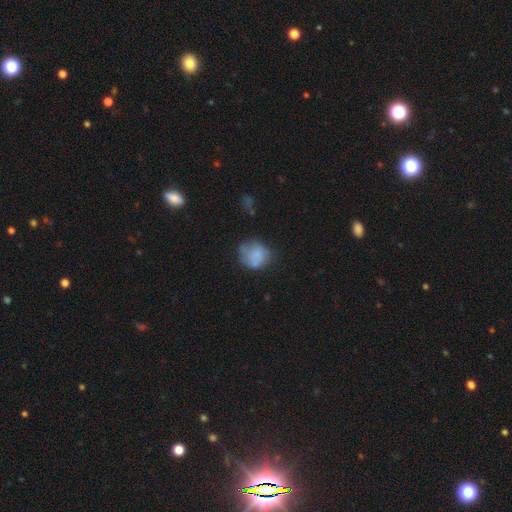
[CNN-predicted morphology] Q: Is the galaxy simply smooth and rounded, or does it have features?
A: smooth — 66%.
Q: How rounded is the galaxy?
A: round — 75%.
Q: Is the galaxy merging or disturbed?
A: none — 48%.